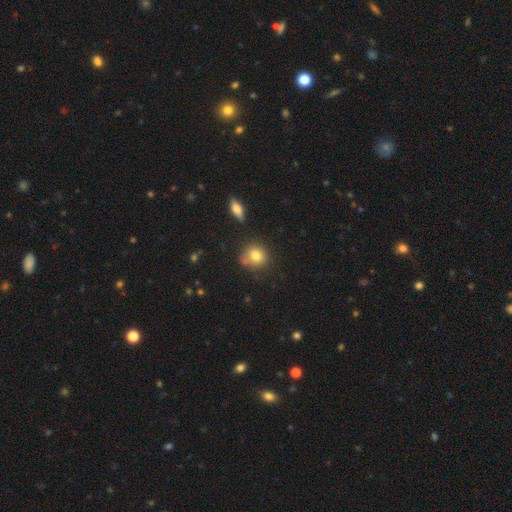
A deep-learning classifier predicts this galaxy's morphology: smooth 79%, featured or disk 11%, star or artifact 11%. Down the decision tree: how rounded — round (85%); merging — none (68%).